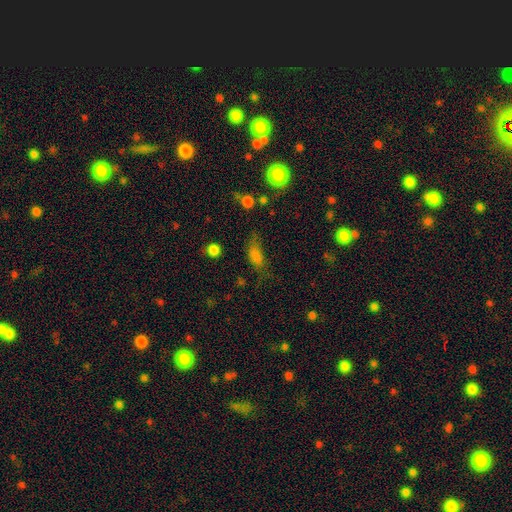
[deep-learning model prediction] This is likely a smooth galaxy (74%). How rounded: likely in between (74%). Merging: possibly none (50%).